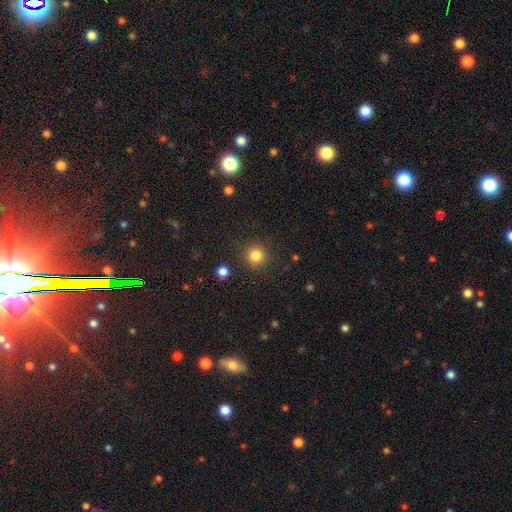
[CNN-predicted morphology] Q: Smooth or featured?
A: smooth (83%); runner-up: star or artifact (12%)
Q: How rounded?
A: round (94%); runner-up: in between (5%)
Q: Merging?
A: none (89%); runner-up: minor disturbance (7%)